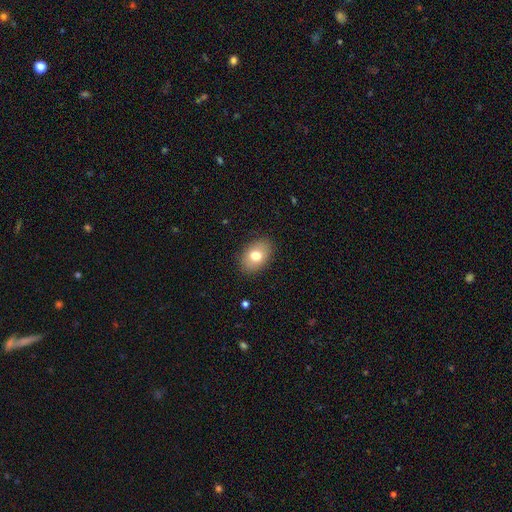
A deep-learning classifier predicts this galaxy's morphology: Smooth or featured? smooth (75%)
How rounded? in between (81%)
Merging? none (87%)